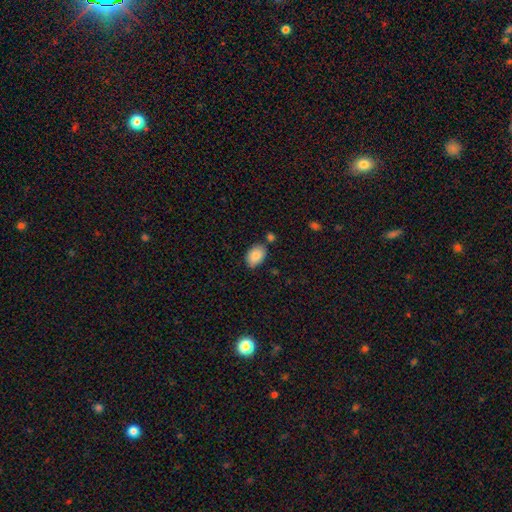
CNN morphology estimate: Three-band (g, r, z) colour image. It shows a smooth galaxy with no disk features (88%) that is in between round and cigar-shaped (86%). Merging: none (74%).